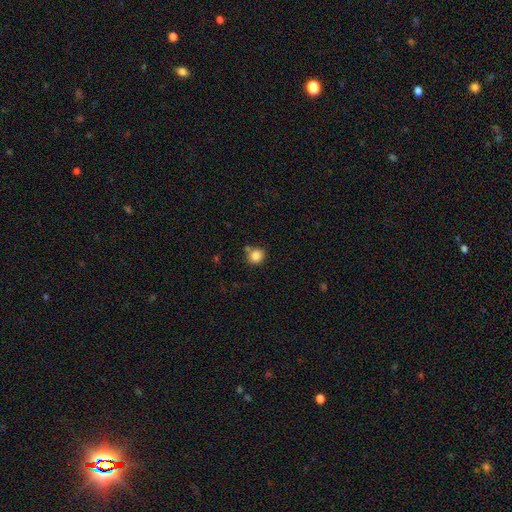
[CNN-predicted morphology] Smooth or featured: smooth — 85% (star or artifact — 10%)
How rounded: round — 79% (in between — 20%)
Merging: none — 71% (minor disturbance — 14%)